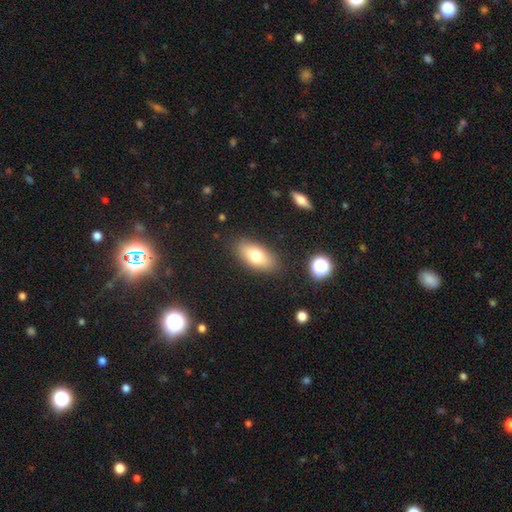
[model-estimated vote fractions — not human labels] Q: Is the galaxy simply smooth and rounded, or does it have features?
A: smooth — 74%.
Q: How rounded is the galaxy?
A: in between — 88%.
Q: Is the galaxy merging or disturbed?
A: none — 85%.